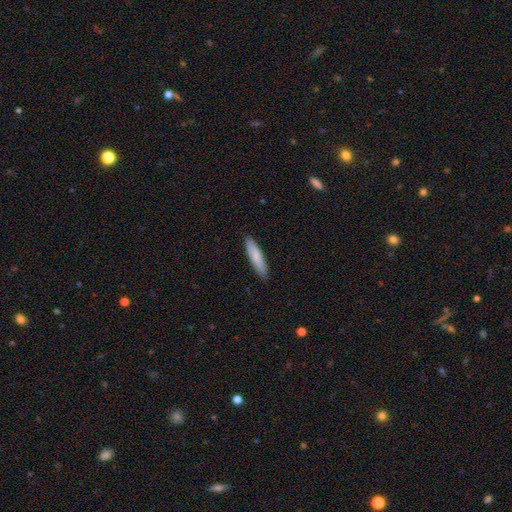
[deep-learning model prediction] A smooth galaxy with no disk features (82%) that is cigar-shaped (80%).

Vote fractions:
- Smooth or featured? smooth: 82% / featured or disk: 13% / star or artifact: 5%
- How rounded? cigar-shaped: 80% / in between: 19% / round: 1%
- Merging? none: 89% / minor disturbance: 9% / major disturbance: 2% / merger: 1%